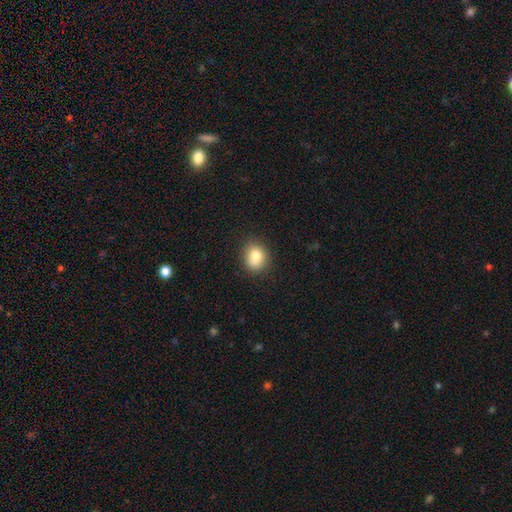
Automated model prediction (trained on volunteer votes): The model was most divided on "how rounded": round: 56%, in between: 43%, cigar-shaped: 1%. More confident: smooth or featured — smooth (82%); merging — none (77%).